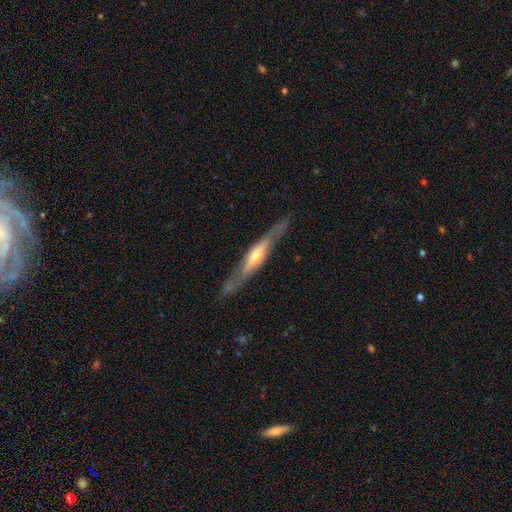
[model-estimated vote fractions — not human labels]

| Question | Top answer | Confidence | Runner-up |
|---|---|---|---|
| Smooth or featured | featured or disk | 71% | smooth (24%) |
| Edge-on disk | yes | 81% | no (19%) |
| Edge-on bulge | rounded | 80% | none (12%) |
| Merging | none | 81% | minor disturbance (13%) |